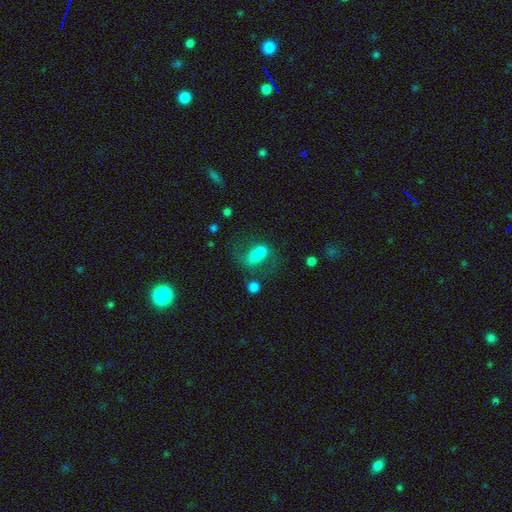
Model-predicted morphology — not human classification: A smooth galaxy with no disk features (60%) that is in between round and cigar-shaped (59%).

Vote fractions:
- Smooth or featured? smooth: 60% / featured or disk: 27% / star or artifact: 13%
- How rounded? in between: 59% / round: 39% / cigar-shaped: 2%
- Merging? merger: 61% / none: 19% / major disturbance: 11% / minor disturbance: 9%